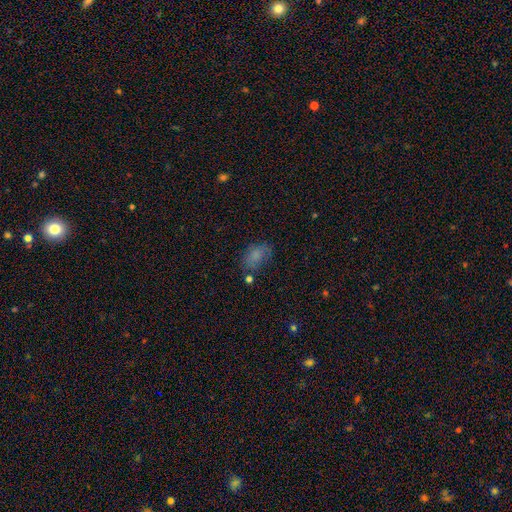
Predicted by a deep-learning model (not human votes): Morphology: type=smooth (76%); roundness=in between (87%); merging=none (60%).